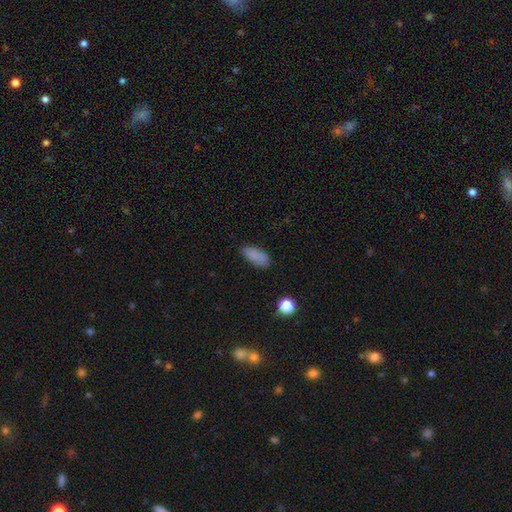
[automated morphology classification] A smooth galaxy with no disk features (83%) that is in between round and cigar-shaped (84%). Merging: none (72%).